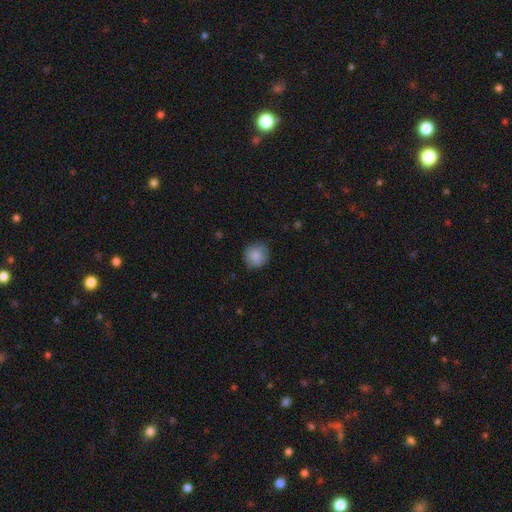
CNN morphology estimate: This is clearly a smooth galaxy (86%). How rounded: clearly round (91%). Merging: likely none (79%).